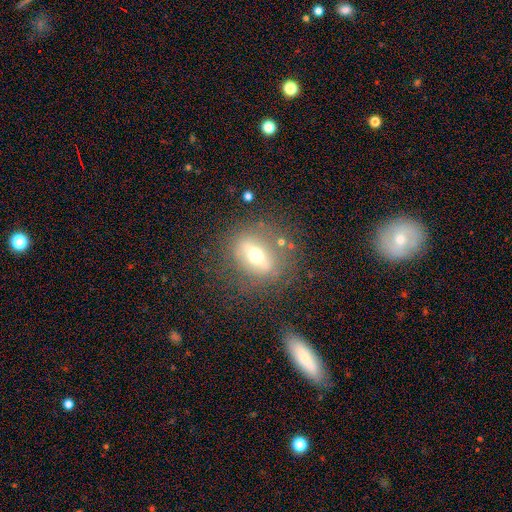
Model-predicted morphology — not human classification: featured or disk 56%, smooth 33%, star or artifact 10%. Down the decision tree: edge-on disk — no (58%); merging — none (75%).